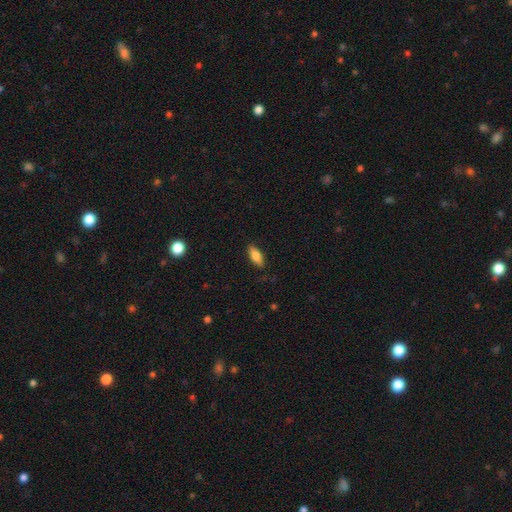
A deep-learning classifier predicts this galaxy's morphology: The model was most divided on "how rounded": in between: 74%, cigar-shaped: 23%, round: 3%. More confident: merging — none (85%); smooth or featured — smooth (77%).